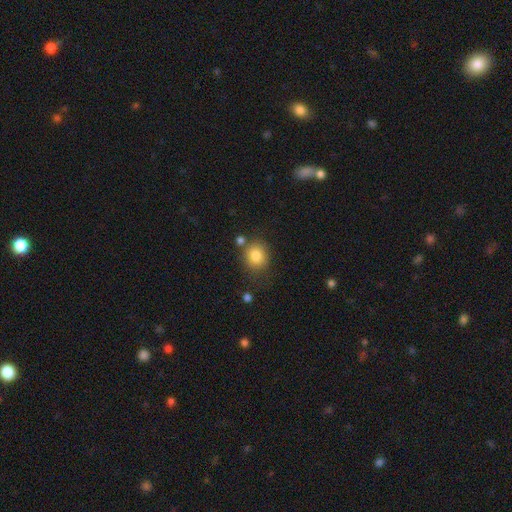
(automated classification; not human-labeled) smooth-or-featured: smooth: 83% | star or artifact: 9% | featured or disk: 7%
  how-rounded: round: 78% | in between: 21% | cigar-shaped: 1%
  merging: none: 71% | minor disturbance: 15% | merger: 9% | major disturbance: 5%